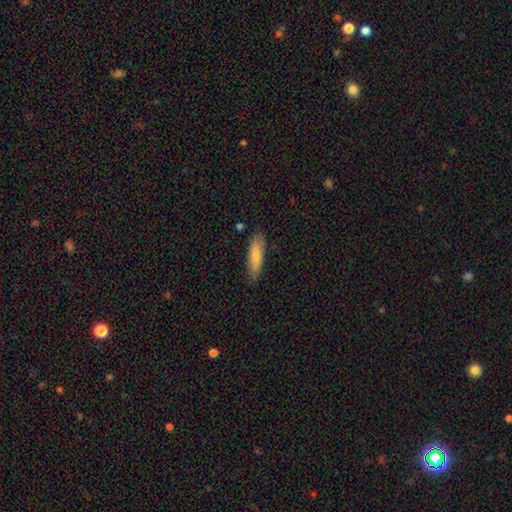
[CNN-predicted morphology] This is likely a smooth galaxy (77%). How rounded: likely cigar-shaped (60%). Merging: clearly none (82%).